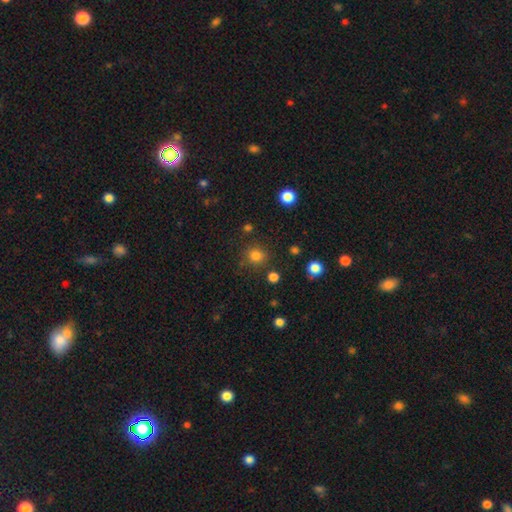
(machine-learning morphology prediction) This appears to be a smooth galaxy with no disk features (80%) that is round (88%). Merging: none (82%).